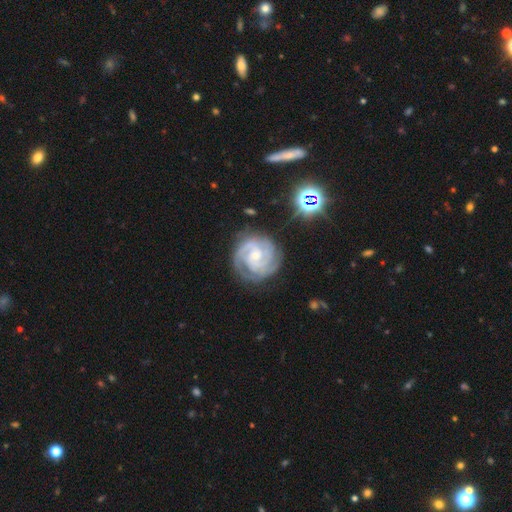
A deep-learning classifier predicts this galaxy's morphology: This appears to be a featured or disk galaxy (89%) with no bar (62%), 3 (33%) tight (73%) spiral arms (98%) and a small central bulge (62%). Merging: none (76%).